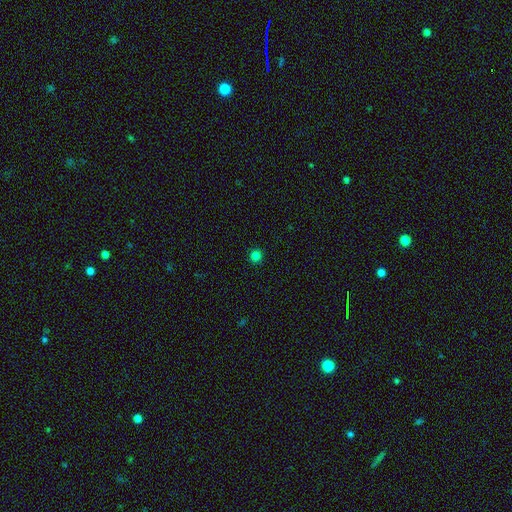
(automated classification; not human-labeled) Overall: smooth (81%). How rounded: round (95%). Merging: none (93%).